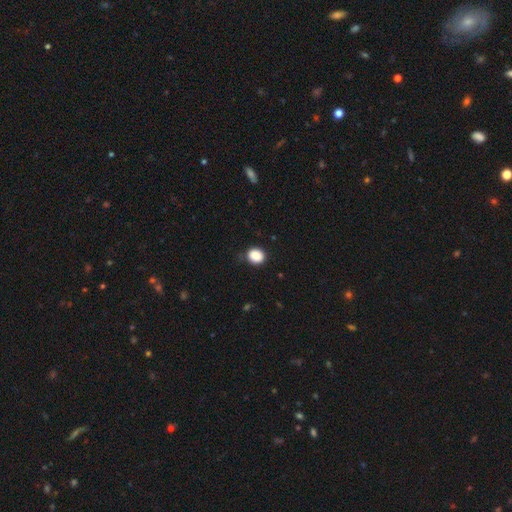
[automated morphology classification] This appears to be a smooth galaxy with no disk features (88%) that is round (67%). Merging: none (81%).